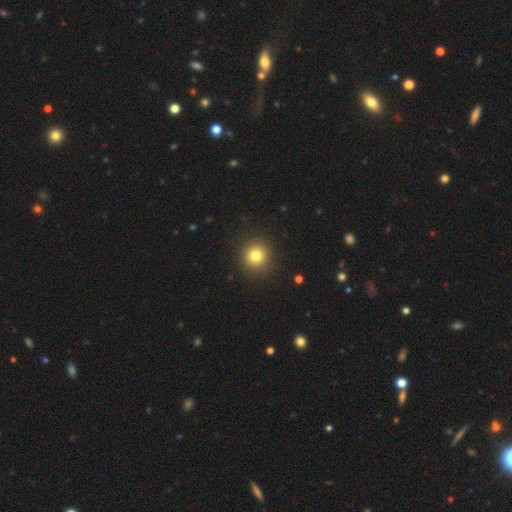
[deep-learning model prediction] smooth 79%, star or artifact 13%, featured or disk 8%. Down the decision tree: how rounded — round (93%); merging — none (90%).